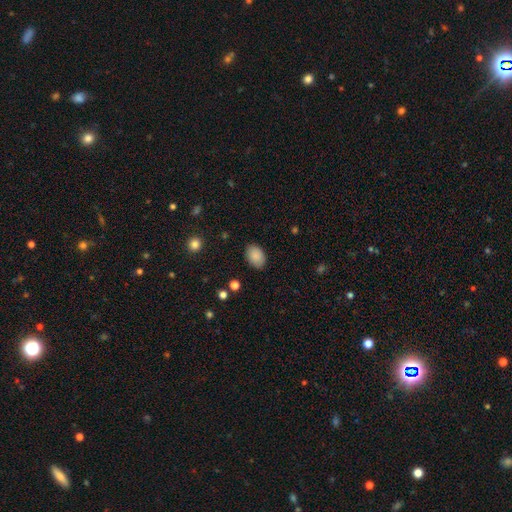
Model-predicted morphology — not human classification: type=smooth (89%); roundness=in between (83%); merging=none (87%).